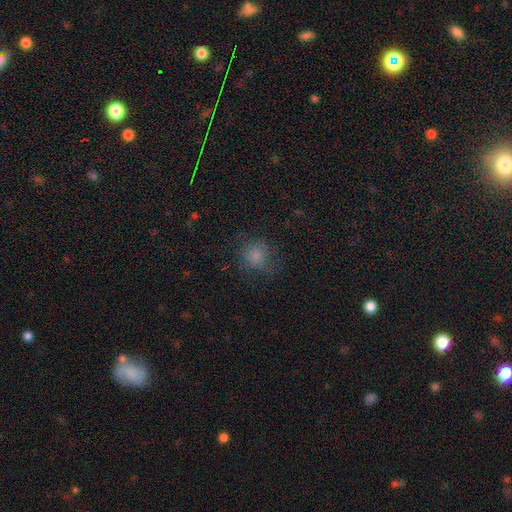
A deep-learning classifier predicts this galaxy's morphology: smooth 76%, star or artifact 13%, featured or disk 10%. Down the decision tree: how rounded — round (87%); merging — none (69%).